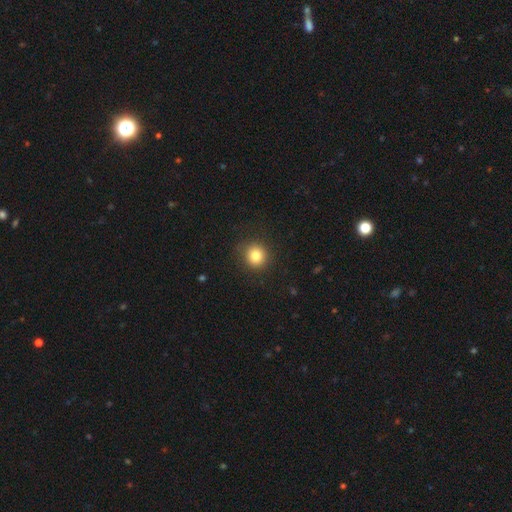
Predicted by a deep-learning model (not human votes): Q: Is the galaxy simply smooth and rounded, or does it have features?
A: smooth — 82%.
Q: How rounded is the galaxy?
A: round — 90%.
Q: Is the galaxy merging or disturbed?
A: none — 87%.